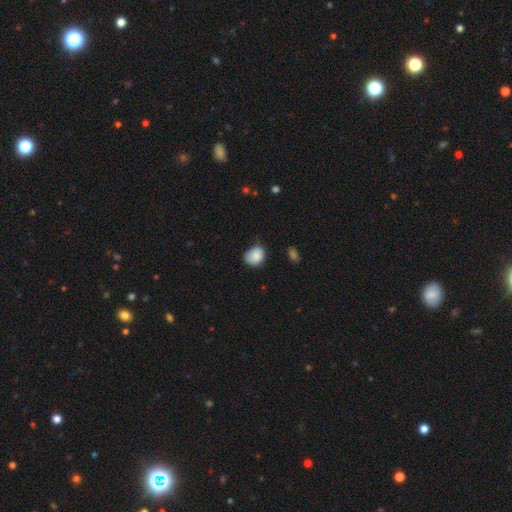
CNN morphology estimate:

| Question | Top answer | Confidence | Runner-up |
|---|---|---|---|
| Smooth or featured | smooth | 85% | star or artifact (8%) |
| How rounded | round | 52% | in between (47%) |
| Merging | none | 55% | minor disturbance (36%) |